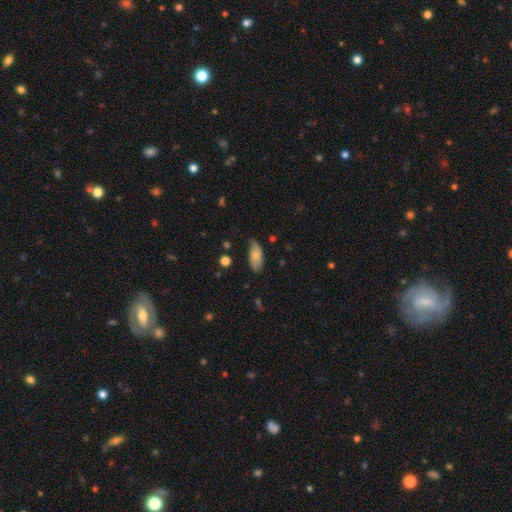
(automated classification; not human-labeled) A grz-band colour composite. It shows a smooth galaxy with no disk features (73%) that is in between round and cigar-shaped (90%). Merging: none (62%).